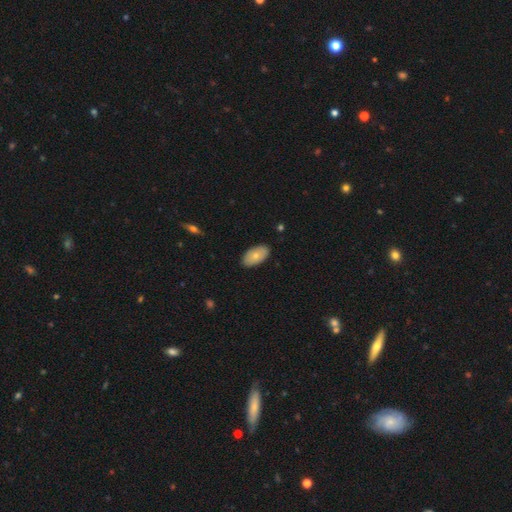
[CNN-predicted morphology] Overall: smooth (72%). How rounded: in between (95%). Merging: none (87%).